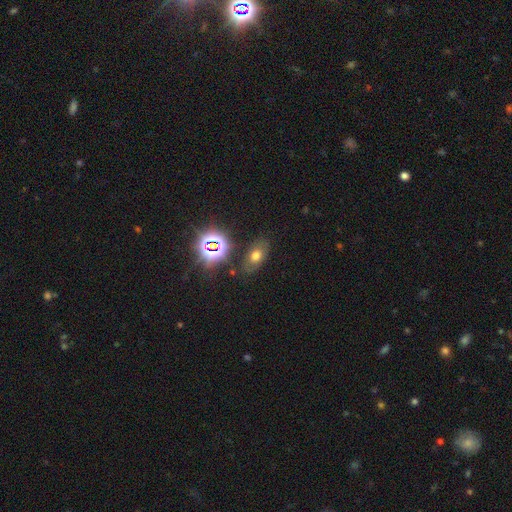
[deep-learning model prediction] The model was most divided on "smooth or featured": smooth: 54%, star or artifact: 26%, featured or disk: 20%. More confident: how rounded — in between (84%); merging — none (78%).